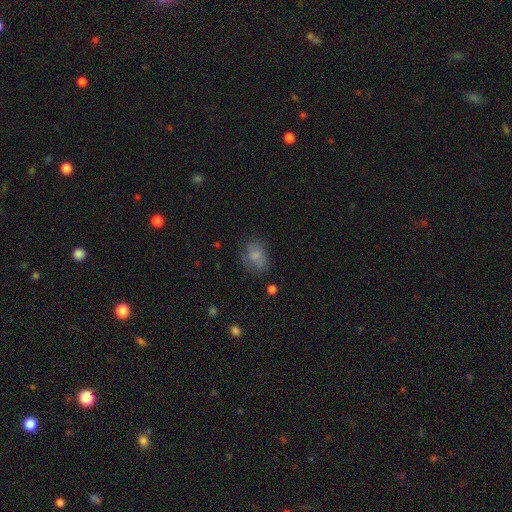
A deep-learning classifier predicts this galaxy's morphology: Smooth or featured? Predicted: smooth (p=0.69). How rounded? Predicted: in between (p=0.71). Merging? Predicted: none (p=0.57).